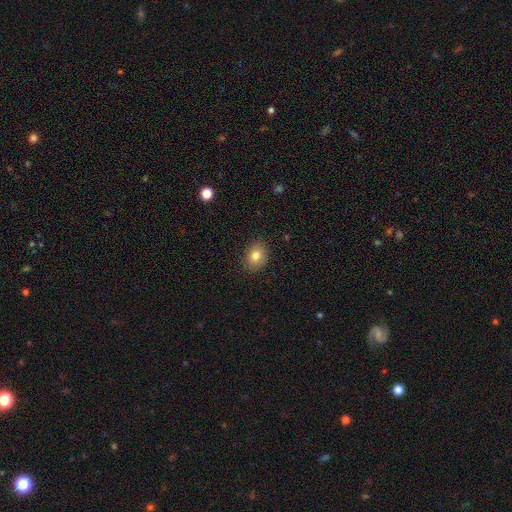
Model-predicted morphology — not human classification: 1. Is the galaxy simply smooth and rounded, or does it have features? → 81% smooth, 10% featured or disk, 9% star or artifact.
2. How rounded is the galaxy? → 60% in between, 40% round, 1% cigar-shaped.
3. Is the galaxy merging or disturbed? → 87% none, 10% minor disturbance, 2% major disturbance, 1% merger.